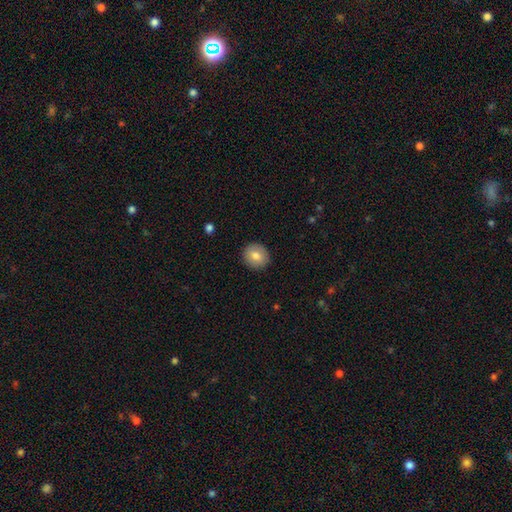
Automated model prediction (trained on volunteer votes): Q: Smooth or featured?
A: smooth (78%); runner-up: featured or disk (14%)
Q: How rounded?
A: round (84%); runner-up: in between (15%)
Q: Merging?
A: none (90%); runner-up: minor disturbance (7%)